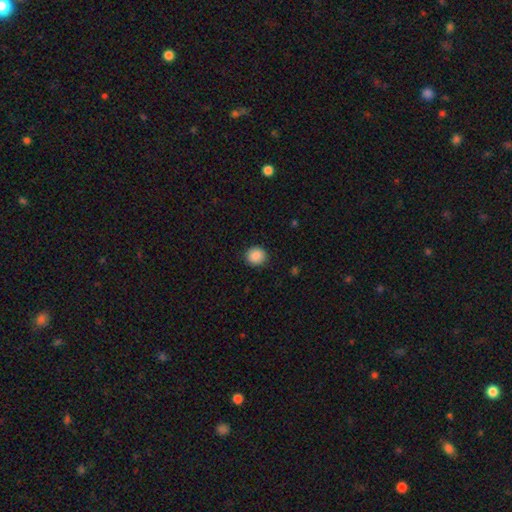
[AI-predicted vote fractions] This appears to be a smooth galaxy with no disk features (89%) that is round (89%). Merging: none (90%).